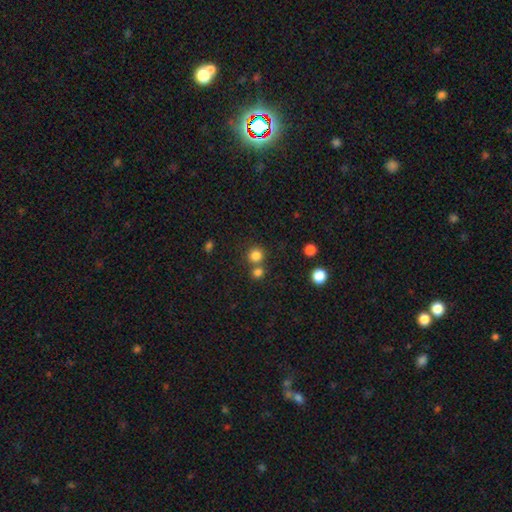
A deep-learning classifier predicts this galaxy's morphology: Smooth or featured? Predicted: smooth (p=0.81). How rounded? Predicted: round (p=0.91). Merging? Predicted: none (p=0.66).